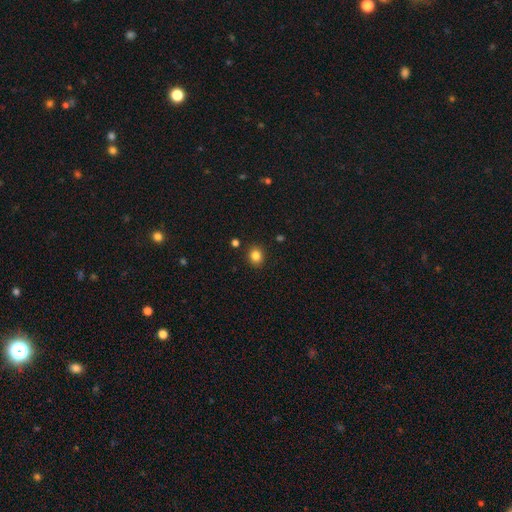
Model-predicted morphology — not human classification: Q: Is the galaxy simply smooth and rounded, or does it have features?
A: smooth — 83%.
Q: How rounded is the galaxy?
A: round — 73%.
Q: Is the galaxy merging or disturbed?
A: none — 88%.